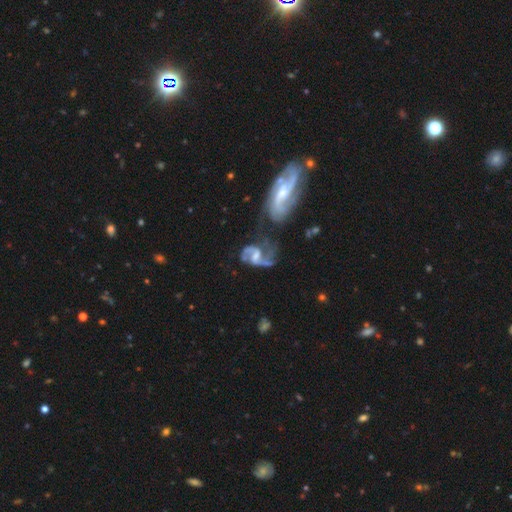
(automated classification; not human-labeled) Smooth or featured: featured or disk — 87% (smooth — 8%)
Edge-on disk: no — 98% (yes — 2%)
Bar: weak — 53% (no — 32%)
Spiral arms: yes — 94% (no — 6%)
Spiral winding: loose — 52% (medium — 40%)
Spiral arm count: 2 — 88% (1 — 4%)
Bulge size: small — 35% (moderate — 34%)
Merging: none — 34% (merger — 27%)